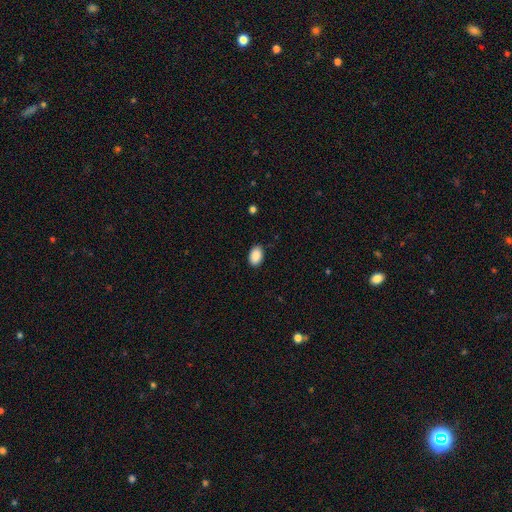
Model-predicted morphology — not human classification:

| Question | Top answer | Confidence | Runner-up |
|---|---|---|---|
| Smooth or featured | smooth | 90% | star or artifact (7%) |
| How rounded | in between | 89% | round (9%) |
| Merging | none | 86% | minor disturbance (10%) |